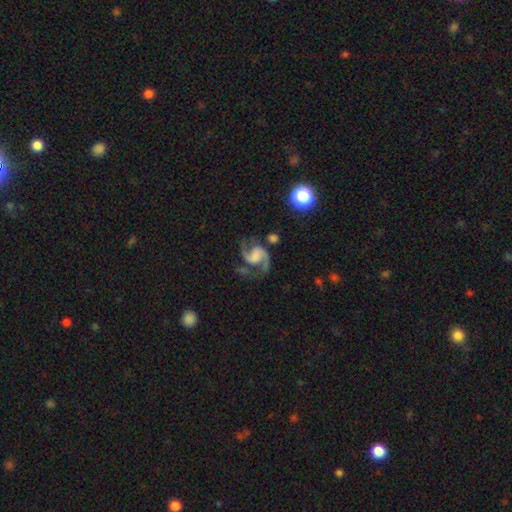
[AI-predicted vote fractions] A featured or disk galaxy (91%) with no bar (42%), 2 (93%) medium (57%) spiral arms (98%) and no central bulge (50%).

Vote fractions:
- Smooth or featured? featured or disk: 91% / star or artifact: 5% / smooth: 4%
- Edge-on disk? no: 98% / yes: 2%
- Bar? no: 42% / weak: 41% / strong: 17%
- Spiral arms? yes: 98% / no: 2%
- Spiral winding? medium: 57% / loose: 32% / tight: 11%
- Spiral arm count? 2: 93% / 3: 2% / 1: 2% / can't tell: 2% / 4: 1% / more than 4: 1%
- Bulge size? none: 50% / small: 18% / moderate: 17% / large: 13% / dominant: 2%
- Merging? none: 70% / minor disturbance: 16% / major disturbance: 10% / merger: 4%